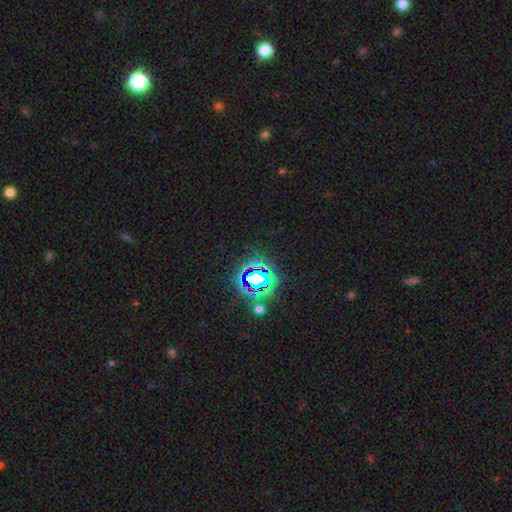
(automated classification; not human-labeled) Smooth or featured? star or artifact (80%)